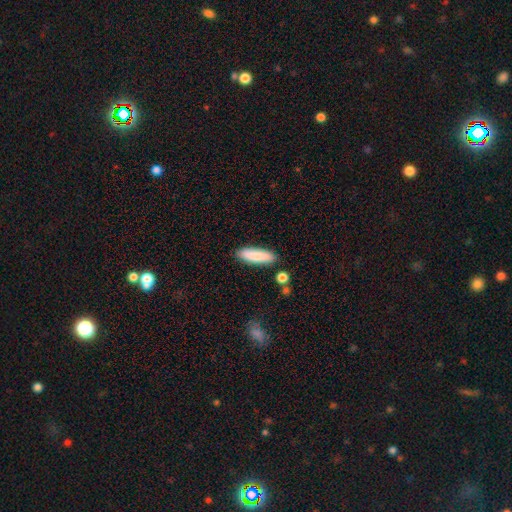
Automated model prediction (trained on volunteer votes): Smooth or featured? smooth (85%)
How rounded? cigar-shaped (57%)
Merging? none (86%)